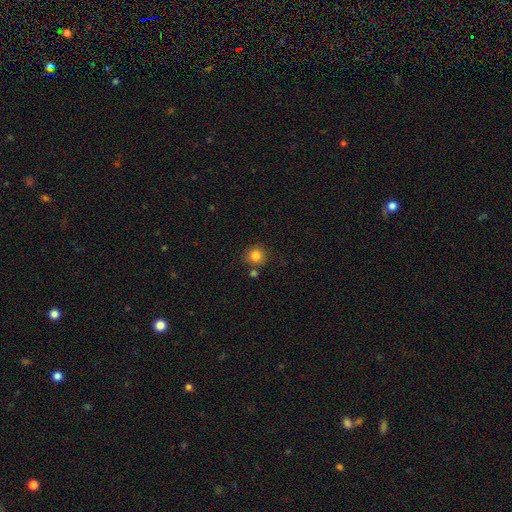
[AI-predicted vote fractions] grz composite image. It shows a smooth galaxy with no disk features (83%) that is round (91%). Merging: none (77%).